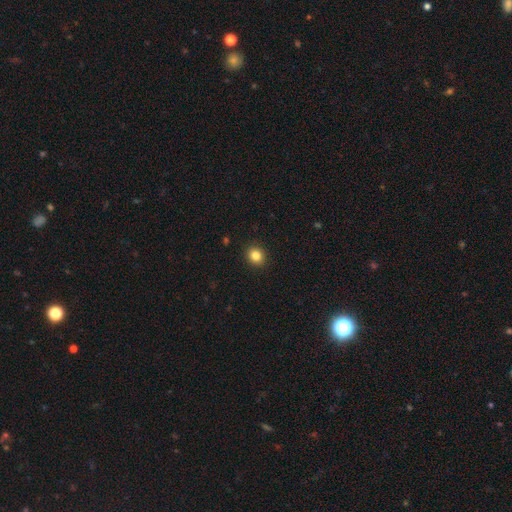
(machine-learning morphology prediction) Overall: smooth (84%). How rounded: round (78%). Merging: none (92%).